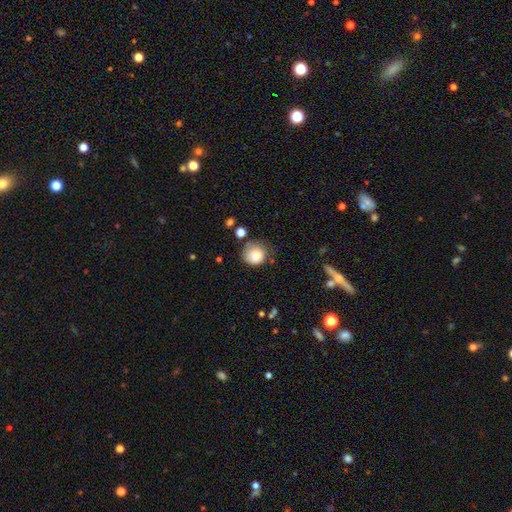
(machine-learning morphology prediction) smooth 80%, featured or disk 11%, star or artifact 9%. Down the decision tree: how rounded — round (87%); merging — none (59%).